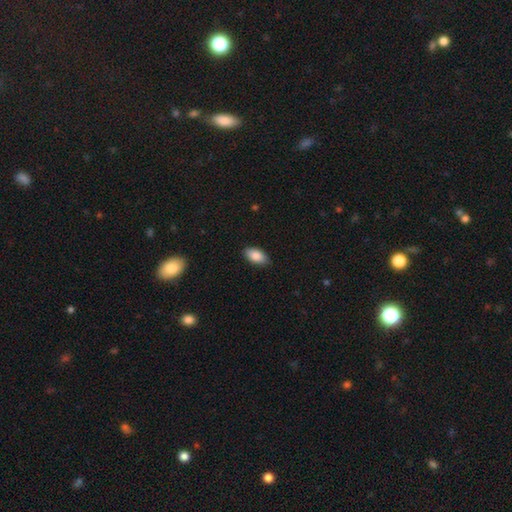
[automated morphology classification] smooth-or-featured: smooth: 86% | featured or disk: 8% | star or artifact: 7%
  how-rounded: in between: 94% | round: 3% | cigar-shaped: 3%
  merging: none: 87% | minor disturbance: 10% | major disturbance: 2% | merger: 1%